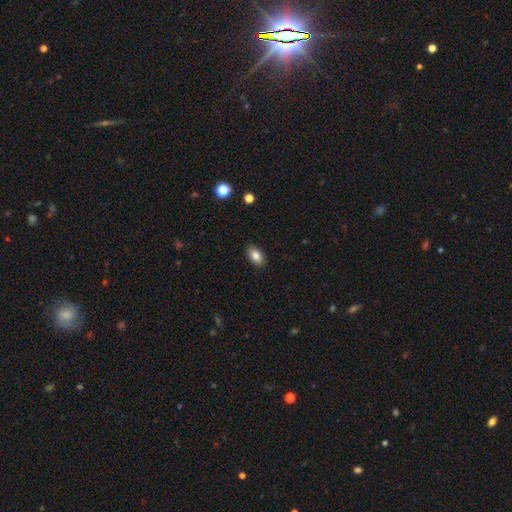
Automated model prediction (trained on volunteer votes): Q: Smooth or featured?
A: smooth (83%); runner-up: featured or disk (9%)
Q: How rounded?
A: in between (91%); runner-up: round (7%)
Q: Merging?
A: none (88%); runner-up: minor disturbance (9%)